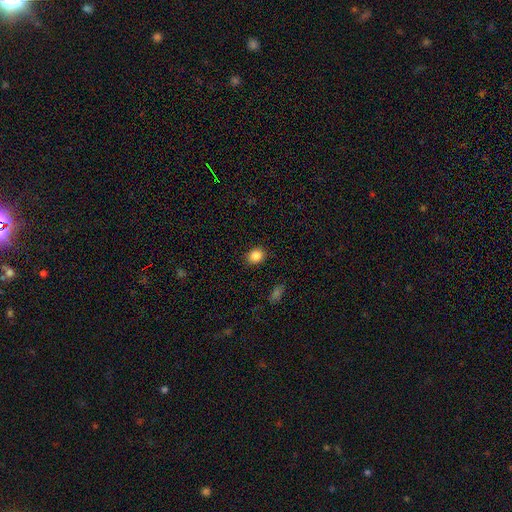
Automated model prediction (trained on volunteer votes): Smooth or featured?
  - smooth: 85% *
  - star or artifact: 10%
  - featured or disk: 5%
How rounded?
  - round: 61% *
  - in between: 38%
  - cigar-shaped: 1%
Merging?
  - none: 89% *
  - minor disturbance: 8%
  - major disturbance: 2%
  - merger: 1%